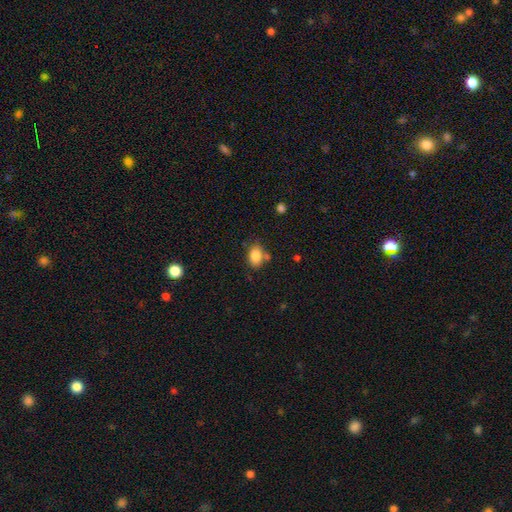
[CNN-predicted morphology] A smooth galaxy with no disk features (83%) that is in between round and cigar-shaped (74%). Merging: none (67%).